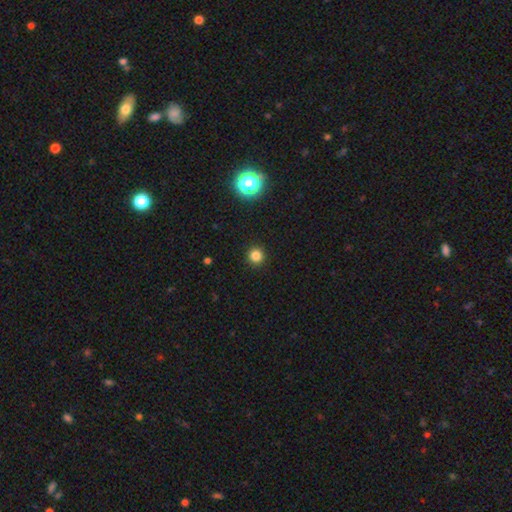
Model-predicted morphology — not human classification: Smooth or featured?
  - smooth: 81% *
  - star or artifact: 15%
  - featured or disk: 4%
How rounded?
  - round: 95% *
  - in between: 4%
  - cigar-shaped: 1%
Merging?
  - none: 92% *
  - minor disturbance: 5%
  - major disturbance: 2%
  - merger: 1%